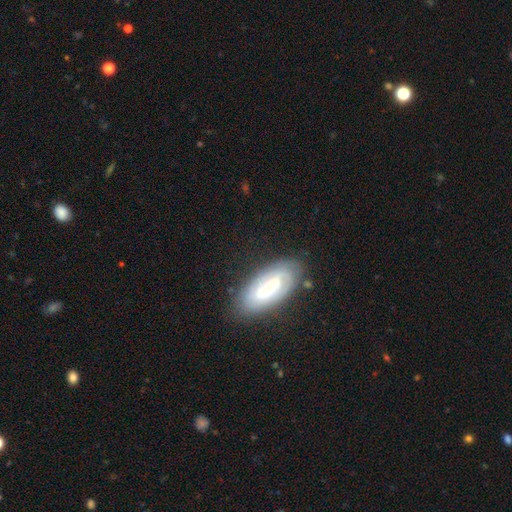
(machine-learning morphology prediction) Q: Smooth or featured?
A: smooth (47%); runner-up: featured or disk (42%)
Q: Merging?
A: none (80%); runner-up: minor disturbance (15%)